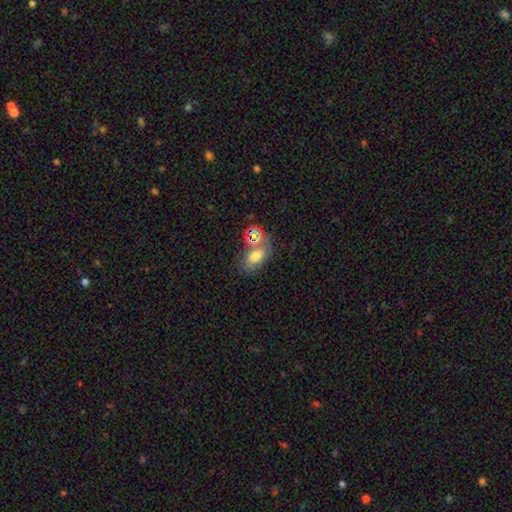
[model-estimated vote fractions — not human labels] smooth-or-featured: smooth: 66% | star or artifact: 20% | featured or disk: 14%
  how-rounded: in between: 81% | round: 17% | cigar-shaped: 2%
  merging: none: 58% | merger: 20% | minor disturbance: 15% | major disturbance: 7%